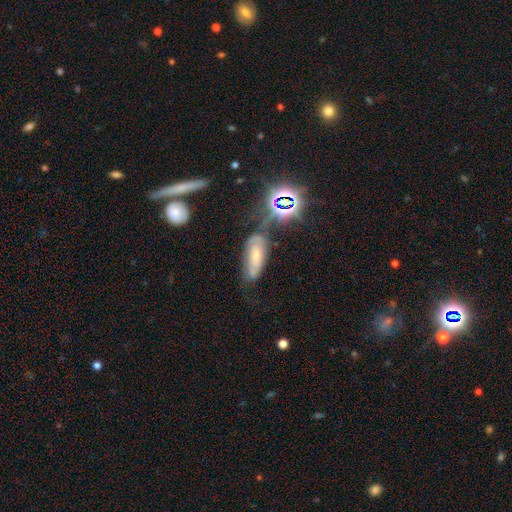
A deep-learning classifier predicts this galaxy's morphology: Q: Smooth or featured?
A: smooth (42%); runner-up: featured or disk (38%)
Q: Merging?
A: none (46%); runner-up: minor disturbance (29%)